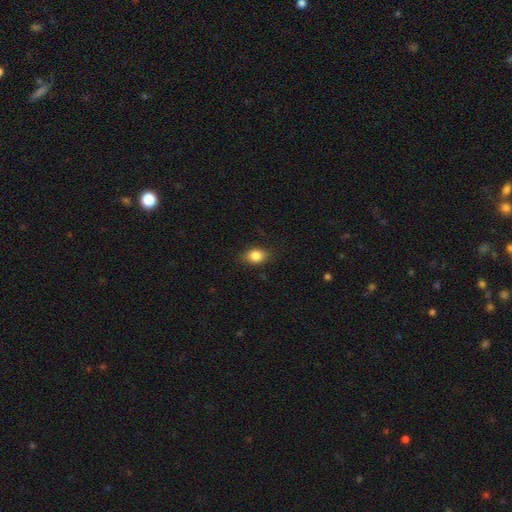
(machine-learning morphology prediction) Smooth or featured: smooth — 84% (star or artifact — 9%)
How rounded: in between — 66% (round — 33%)
Merging: none — 82% (minor disturbance — 14%)